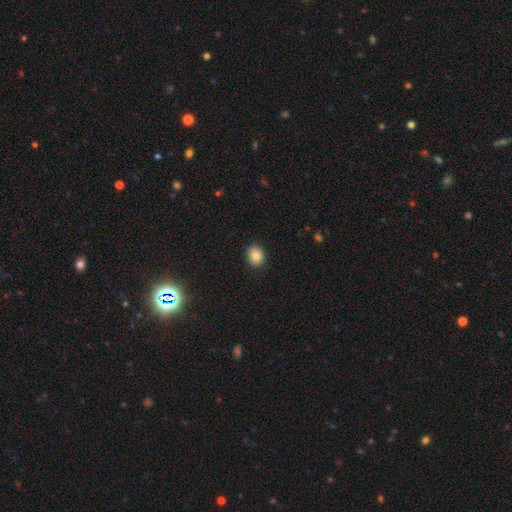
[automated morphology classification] Overall: smooth (85%). How rounded: round (65%; in between 34%). Merging: none (89%).